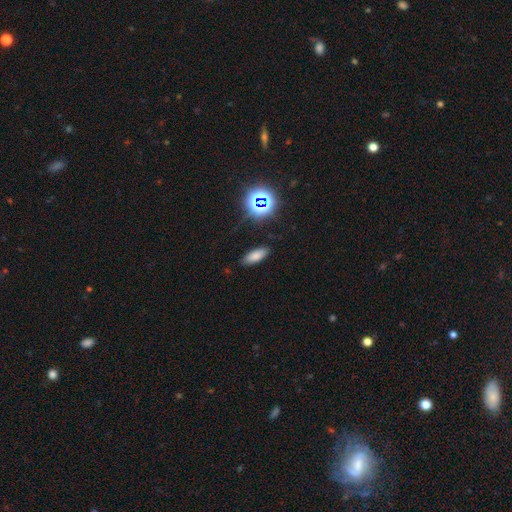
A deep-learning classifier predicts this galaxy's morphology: Smooth or featured? Predicted: smooth (p=0.74). How rounded? Predicted: in between (p=0.74). Merging? Predicted: none (p=0.85).